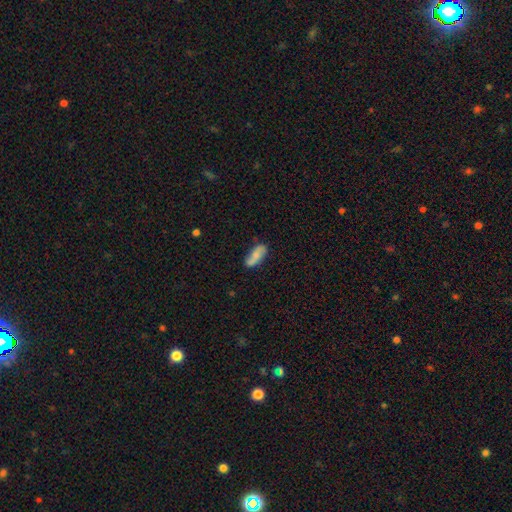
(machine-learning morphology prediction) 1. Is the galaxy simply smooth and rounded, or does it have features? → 58% smooth, 35% featured or disk, 7% star or artifact.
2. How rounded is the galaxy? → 75% in between, 22% cigar-shaped, 3% round.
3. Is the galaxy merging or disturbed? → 72% none, 20% minor disturbance, 4% major disturbance, 3% merger.